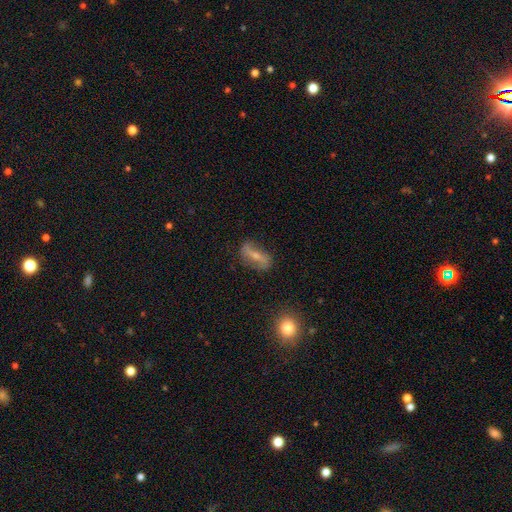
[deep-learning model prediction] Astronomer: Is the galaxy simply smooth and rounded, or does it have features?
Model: featured or disk — 63%.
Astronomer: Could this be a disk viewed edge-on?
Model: no — 82%.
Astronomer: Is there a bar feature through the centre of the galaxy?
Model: strong — 54%.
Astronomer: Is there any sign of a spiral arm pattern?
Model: yes — 69%.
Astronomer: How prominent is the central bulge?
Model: small — 51% (runner-up: moderate, 41%).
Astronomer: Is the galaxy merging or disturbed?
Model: none — 73%.